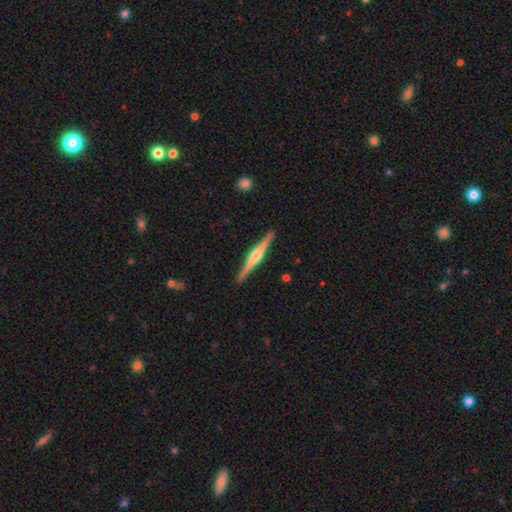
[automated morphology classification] Smooth or featured? featured or disk (78%)
Edge-on disk? yes (98%)
Edge-on bulge? rounded (82%)
Merging? none (91%)